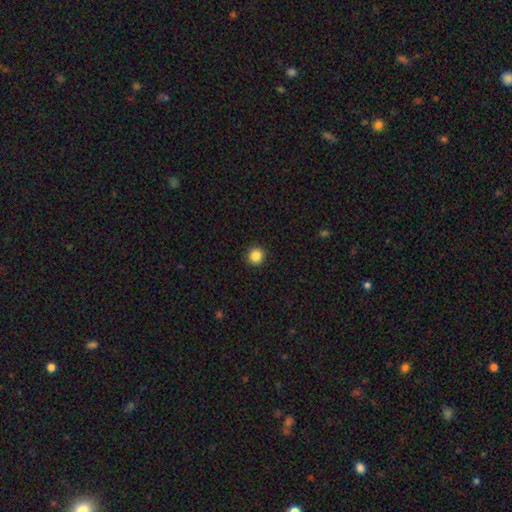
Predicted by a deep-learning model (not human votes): smooth 86%, star or artifact 10%, featured or disk 4%. Down the decision tree: how rounded — round (95%); merging — none (93%).